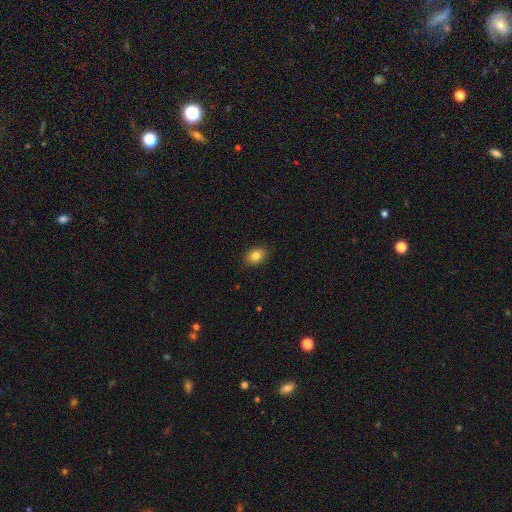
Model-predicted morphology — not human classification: A smooth galaxy with no disk features (82%) that is in between round and cigar-shaped (70%). Merging: none (89%).